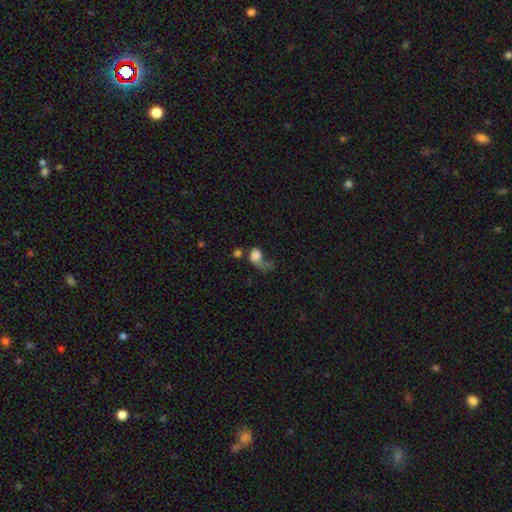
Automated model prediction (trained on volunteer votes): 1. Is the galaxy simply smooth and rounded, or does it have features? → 69% smooth, 20% featured or disk, 12% star or artifact.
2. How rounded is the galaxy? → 50% round, 48% in between, 2% cigar-shaped.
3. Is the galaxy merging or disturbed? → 50% major disturbance, 19% merger, 18% none, 13% minor disturbance.